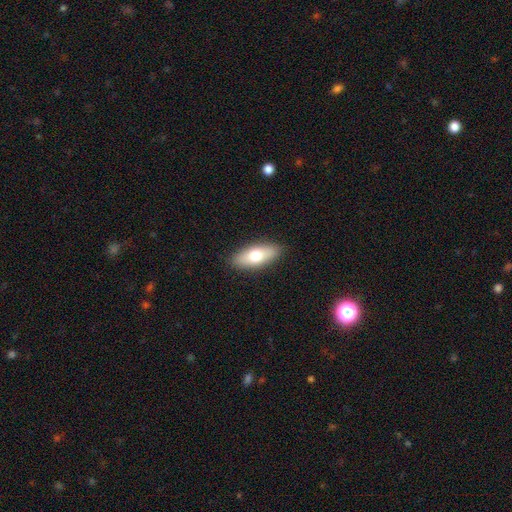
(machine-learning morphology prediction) Smooth or featured? smooth (70%)
How rounded? in between (76%)
Merging? none (89%)